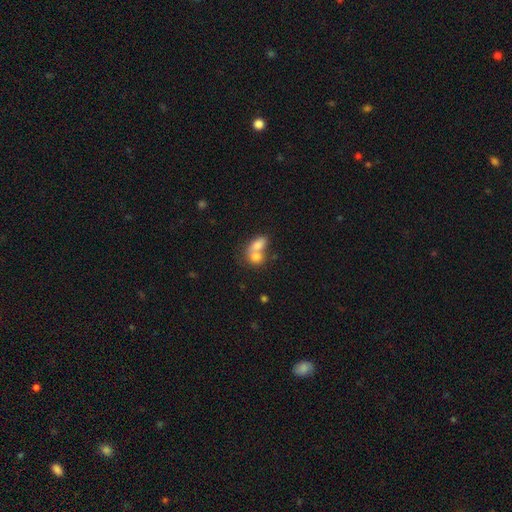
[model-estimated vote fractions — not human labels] smooth-or-featured: smooth: 73% | featured or disk: 18% | star or artifact: 9%
  how-rounded: in between: 69% | round: 29% | cigar-shaped: 2%
  merging: merger: 72% | none: 18% | minor disturbance: 6% | major disturbance: 4%